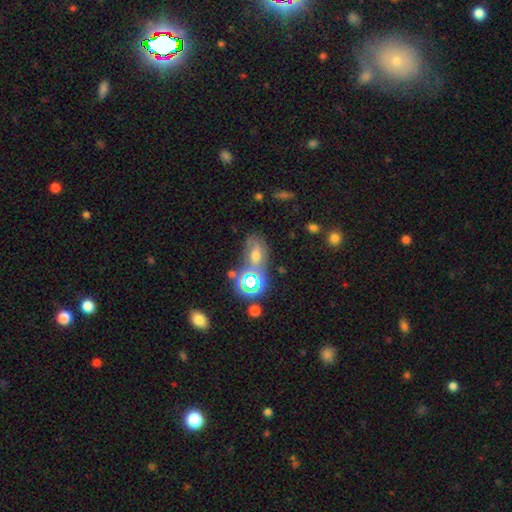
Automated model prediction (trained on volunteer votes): Smooth or featured? Predicted: smooth (p=0.40). Merging? Predicted: none (p=0.43).